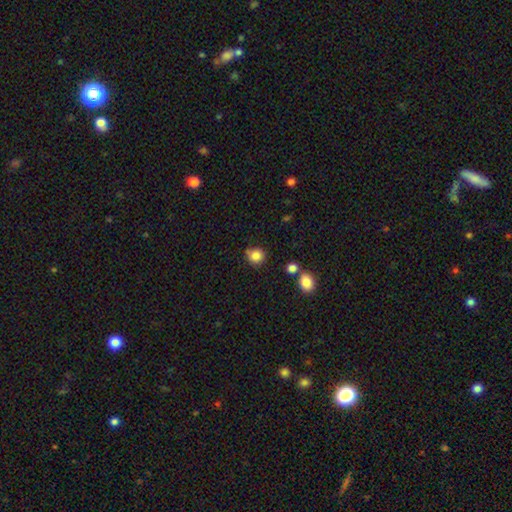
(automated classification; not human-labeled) A smooth galaxy with no disk features (84%) that is round (86%). Merging: none (73%).